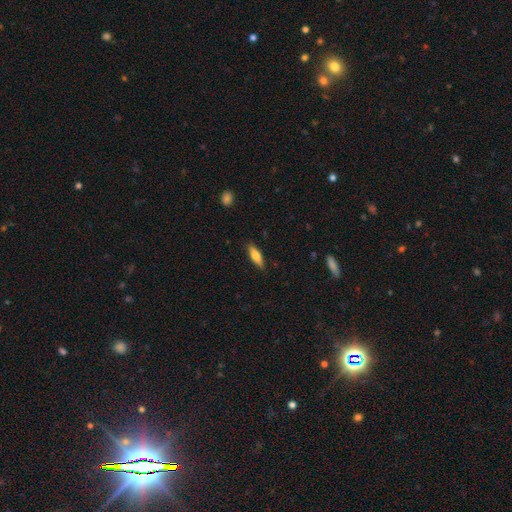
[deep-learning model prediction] Q: Smooth or featured?
A: smooth (66%); runner-up: featured or disk (28%)
Q: How rounded?
A: cigar-shaped (53%); runner-up: in between (45%)
Q: Merging?
A: none (86%); runner-up: minor disturbance (11%)